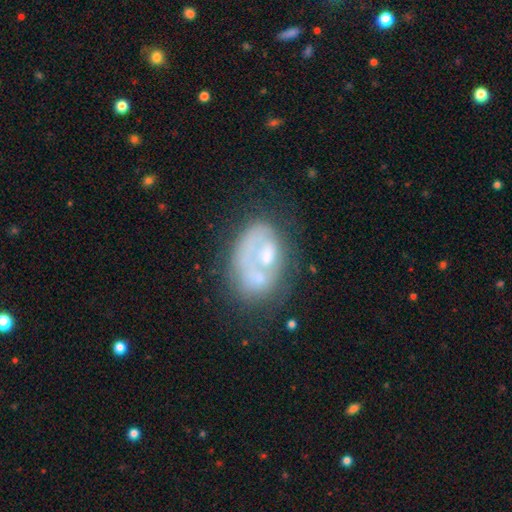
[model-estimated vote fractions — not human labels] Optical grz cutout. It shows a featured or disk galaxy (54%) with no bar (88%), no spiral arms (80%) and a moderate central bulge (42%). Merging: none (35%).